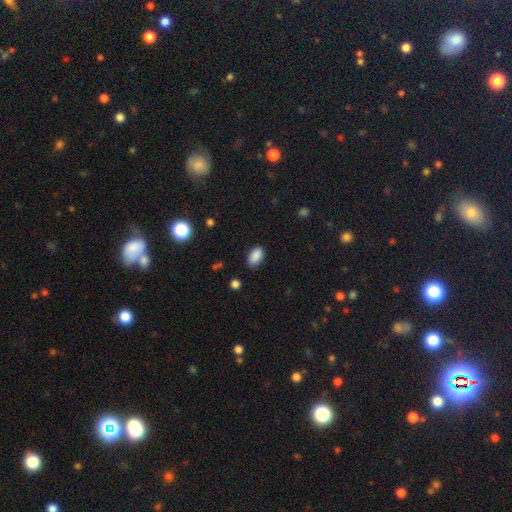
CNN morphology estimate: A smooth galaxy with no disk features (88%) that is in between round and cigar-shaped (92%).

Vote fractions:
- Smooth or featured? smooth: 88% / star or artifact: 8% / featured or disk: 3%
- How rounded? in between: 92% / round: 6% / cigar-shaped: 2%
- Merging? none: 81% / minor disturbance: 15% / major disturbance: 3% / merger: 1%